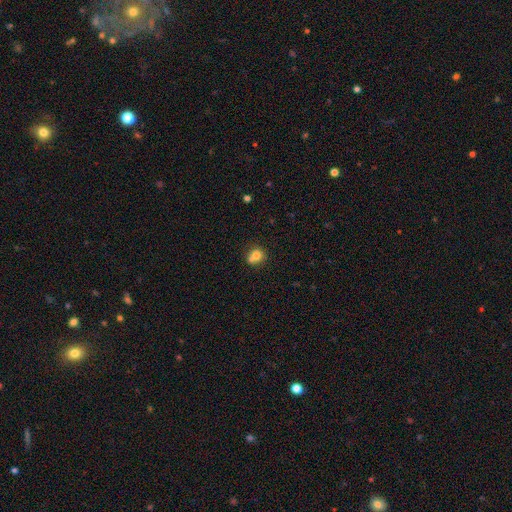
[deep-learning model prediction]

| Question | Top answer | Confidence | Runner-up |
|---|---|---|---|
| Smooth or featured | smooth | 76% | featured or disk (13%) |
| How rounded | round | 78% | in between (22%) |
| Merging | none | 46% | merger (39%) |